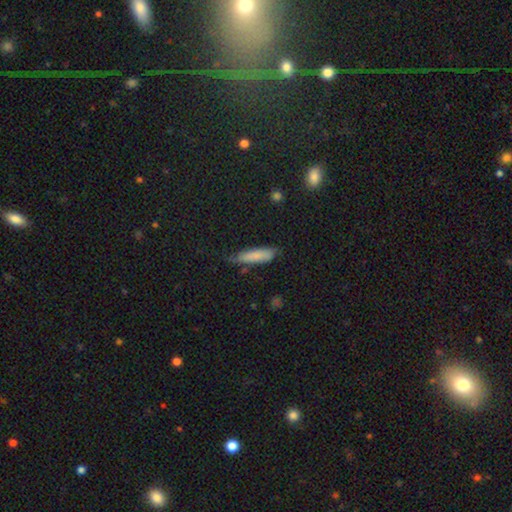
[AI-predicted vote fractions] smooth 80%, featured or disk 14%, star or artifact 7%. Down the decision tree: how rounded — cigar-shaped (65%); merging — none (61%).